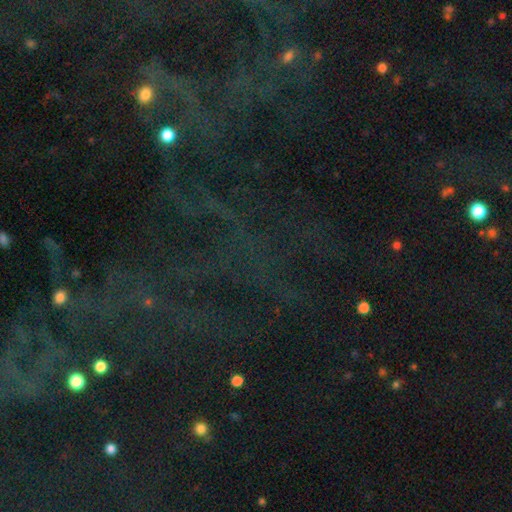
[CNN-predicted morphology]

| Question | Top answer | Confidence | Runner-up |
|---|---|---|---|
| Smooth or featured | star or artifact | 78% | smooth (11%) |